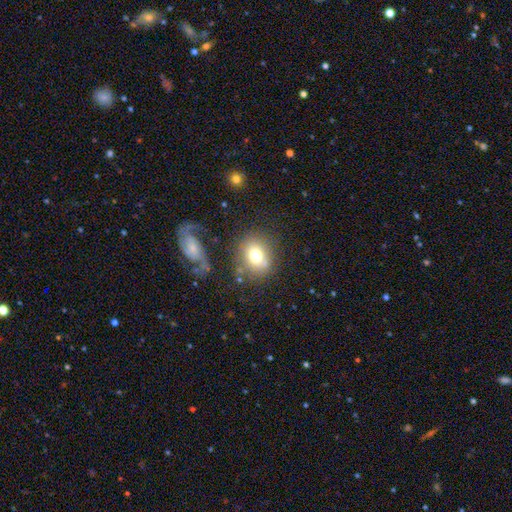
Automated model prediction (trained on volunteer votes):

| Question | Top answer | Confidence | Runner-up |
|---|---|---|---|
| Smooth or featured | smooth | 72% | featured or disk (18%) |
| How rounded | round | 63% | in between (36%) |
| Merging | none | 70% | minor disturbance (15%) |